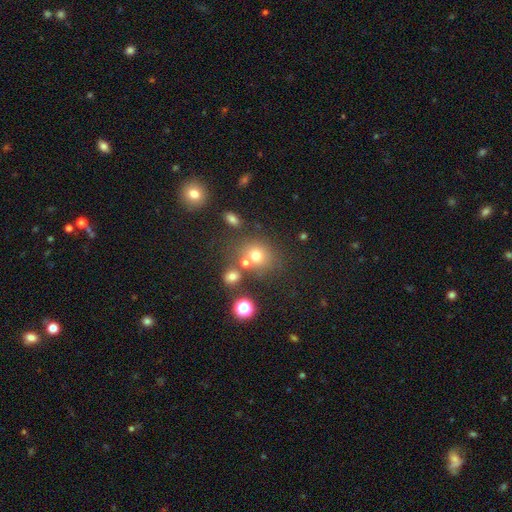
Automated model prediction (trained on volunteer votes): Morphology: type=smooth (68%); roundness=round (76%); merging=none (60%).